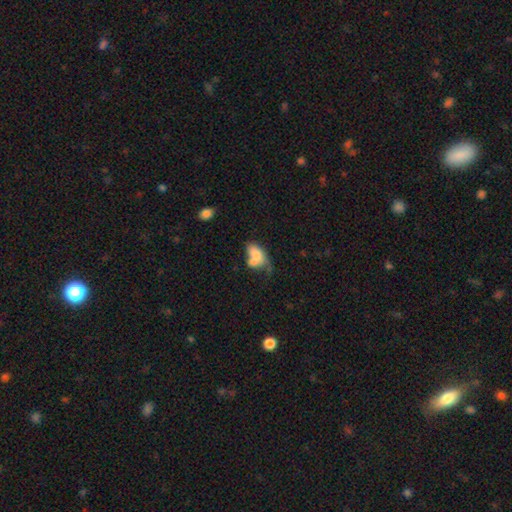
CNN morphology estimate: smooth-or-featured: smooth: 73% | featured or disk: 19% | star or artifact: 9%
  how-rounded: in between: 89% | round: 8% | cigar-shaped: 3%
  merging: merger: 47% | none: 22% | minor disturbance: 17% | major disturbance: 14%